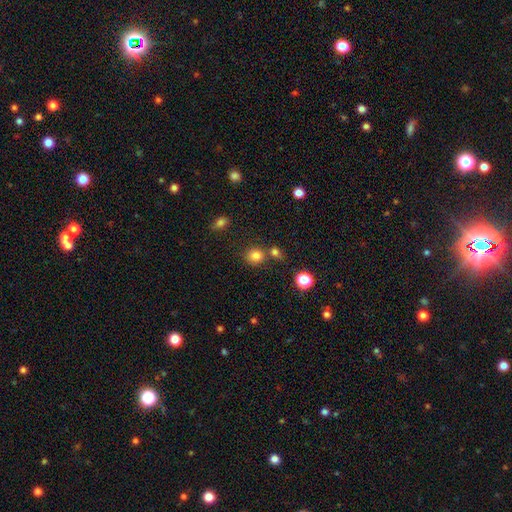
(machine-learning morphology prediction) The model was most divided on "merging": none: 68%, merger: 18%, minor disturbance: 10%, major disturbance: 4%. More confident: smooth or featured — smooth (80%); how rounded — round (79%).